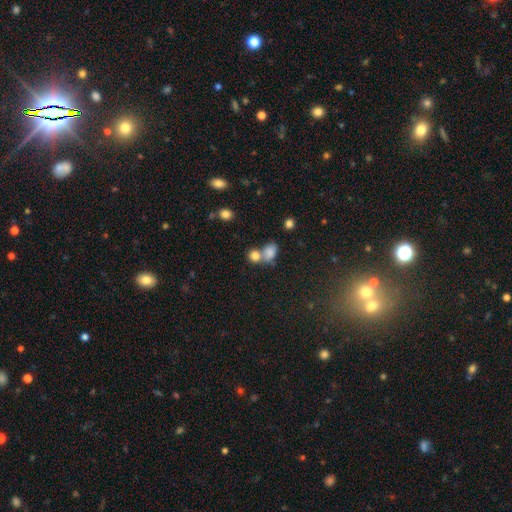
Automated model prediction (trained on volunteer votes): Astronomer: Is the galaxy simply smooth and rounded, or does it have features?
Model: smooth — 79%.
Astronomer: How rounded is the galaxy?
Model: round — 54% (runner-up: in between, 44%).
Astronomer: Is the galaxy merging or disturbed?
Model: merger — 51% (runner-up: none, 36%).